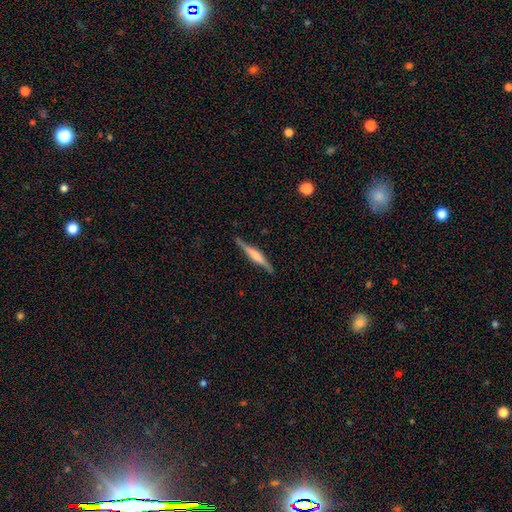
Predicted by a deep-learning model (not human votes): smooth_or_featured: featured or disk (p=0.64) [alt: smooth p=0.31]
disk_edge_on: yes (p=0.96) [alt: no p=0.04]
edge_on_bulge: rounded (p=0.44) [alt: boxy p=0.40]
merging: none (p=0.85) [alt: minor disturbance p=0.11]